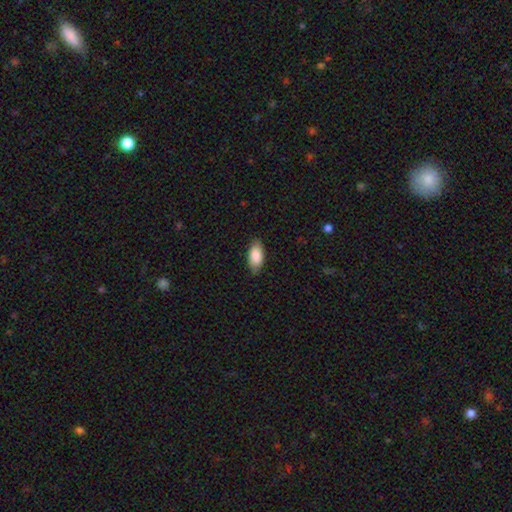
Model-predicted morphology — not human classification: Overall: smooth (87%). How rounded: in between (91%). Merging: none (82%).